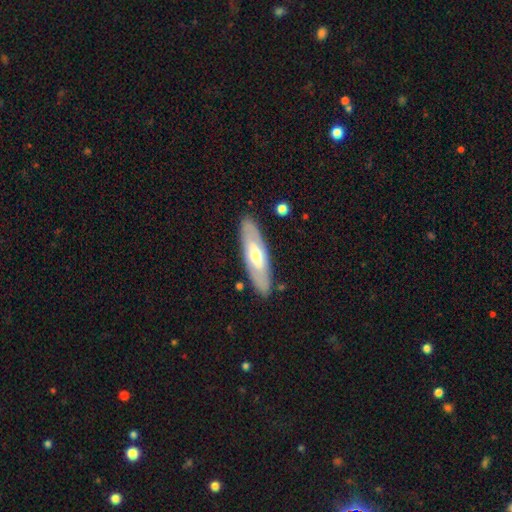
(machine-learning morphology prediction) Smooth or featured? featured or disk (57%)
Edge-on disk? no (66%)
Merging? none (85%)